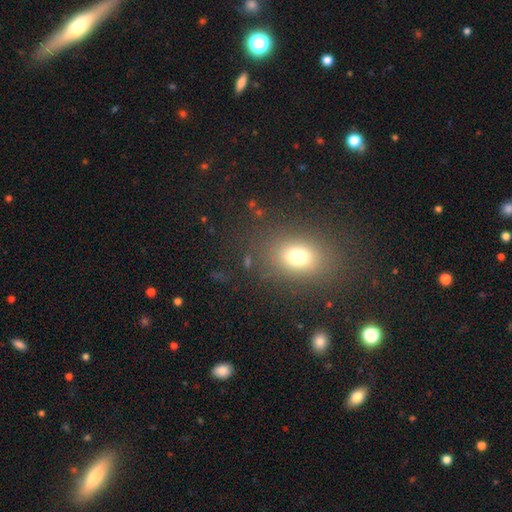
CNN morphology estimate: This is likely a smooth galaxy (62%). How rounded: likely in between (64%). Merging: clearly none (86%).